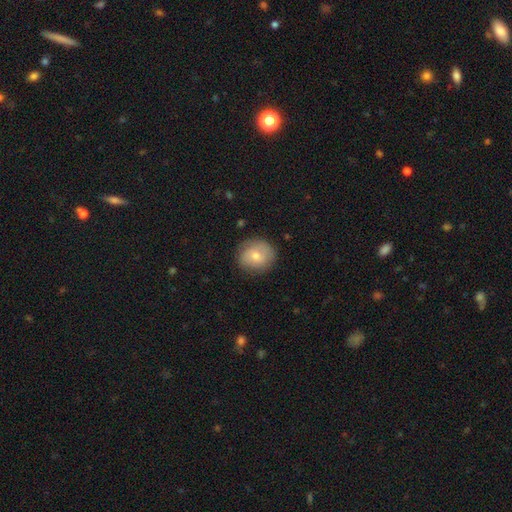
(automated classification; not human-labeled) A smooth galaxy with no disk features (57%) that is round (80%).

Vote fractions:
- Smooth or featured? smooth: 57% / featured or disk: 34% / star or artifact: 9%
- How rounded? round: 80% / in between: 19% / cigar-shaped: 1%
- Merging? none: 81% / minor disturbance: 14% / major disturbance: 4% / merger: 1%